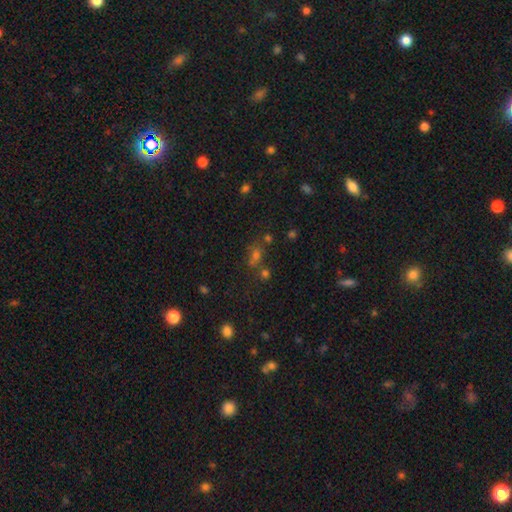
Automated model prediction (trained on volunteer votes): This is possibly a smooth galaxy (45%). Merging: possibly none (56%).